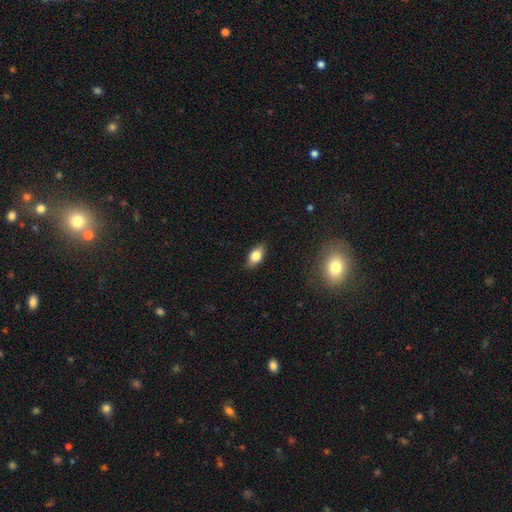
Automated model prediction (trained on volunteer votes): This appears to be a smooth galaxy with no disk features (75%) that is in between round and cigar-shaped (85%). Merging: none (86%).